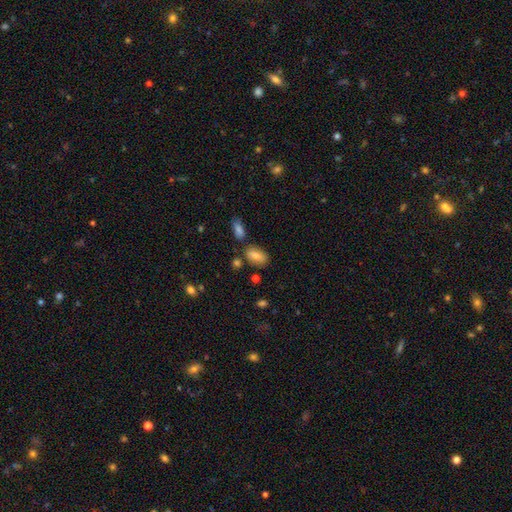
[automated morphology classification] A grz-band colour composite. It shows a smooth galaxy with no disk features (80%) that is in between round and cigar-shaped (90%). Merging: none (73%).